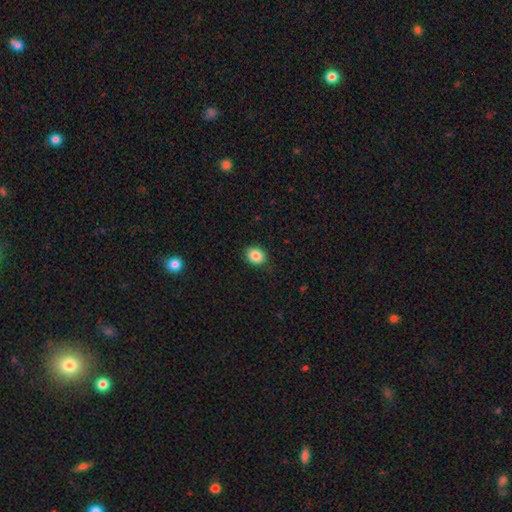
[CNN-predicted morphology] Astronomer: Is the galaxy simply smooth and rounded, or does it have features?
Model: smooth — 86%.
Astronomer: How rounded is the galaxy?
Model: in between — 51% (runner-up: round, 48%).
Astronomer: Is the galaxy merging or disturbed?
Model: none — 86%.